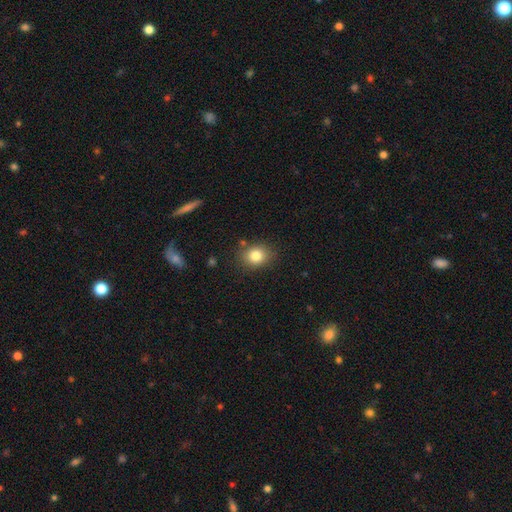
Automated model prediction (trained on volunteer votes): Overall: smooth (82%). How rounded: round (62%; in between 37%). Merging: none (82%).